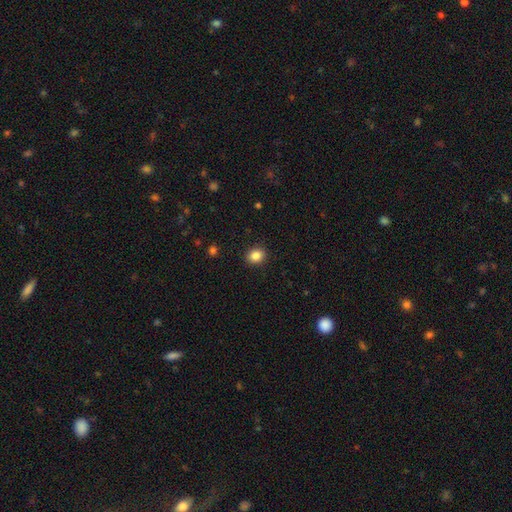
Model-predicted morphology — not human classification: Smooth or featured?
  - smooth: 85% *
  - star or artifact: 10%
  - featured or disk: 4%
How rounded?
  - round: 62% *
  - in between: 38%
  - cigar-shaped: 1%
Merging?
  - none: 91% *
  - minor disturbance: 6%
  - major disturbance: 2%
  - merger: 1%